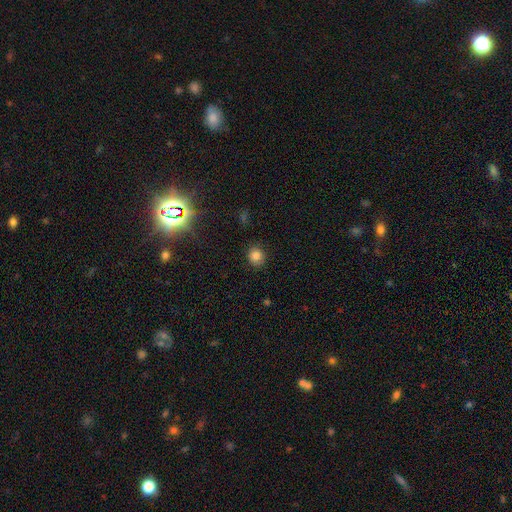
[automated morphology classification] smooth 82%, star or artifact 13%, featured or disk 5%. Down the decision tree: how rounded — round (80%); merging — none (85%).